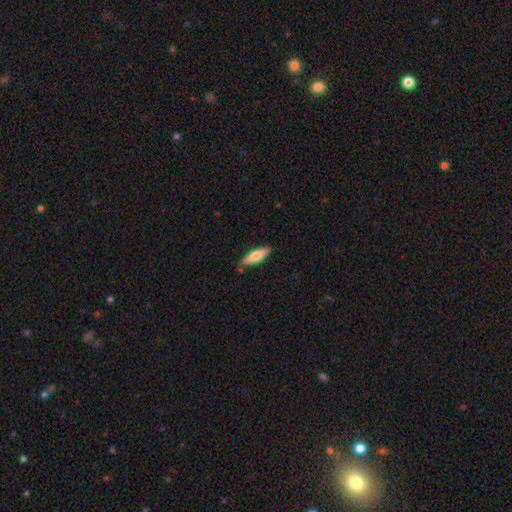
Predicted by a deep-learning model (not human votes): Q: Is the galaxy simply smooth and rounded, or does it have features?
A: smooth — 74%.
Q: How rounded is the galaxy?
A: cigar-shaped — 58%.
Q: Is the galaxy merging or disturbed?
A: none — 81%.